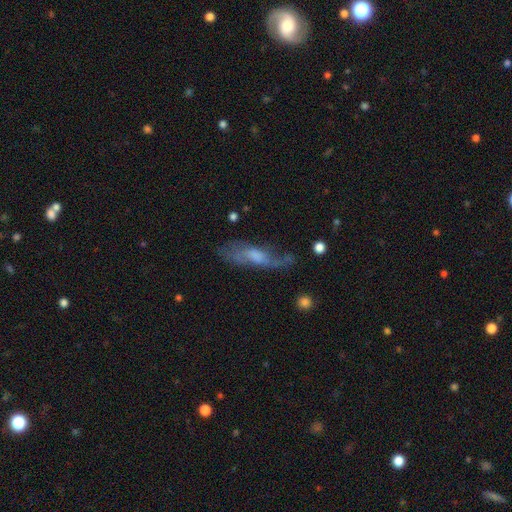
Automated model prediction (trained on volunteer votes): smooth_or_featured: featured or disk (p=0.58) [alt: smooth p=0.33]
disk_edge_on: no (p=0.69) [alt: yes p=0.31]
merging: none (p=0.50) [alt: minor disturbance p=0.26]